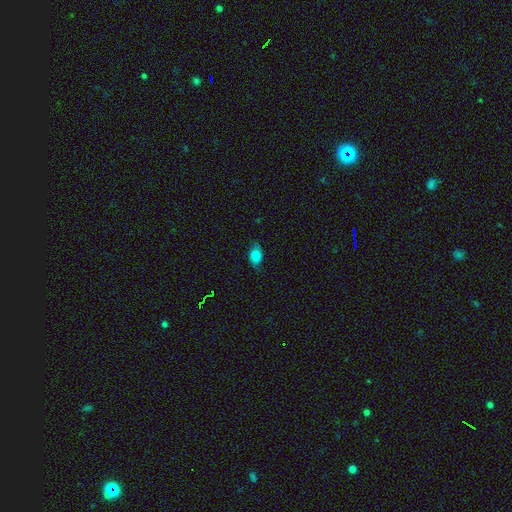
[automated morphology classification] This appears to be a smooth galaxy with no disk features (74%) that is in between round and cigar-shaped (77%). Merging: none (71%).